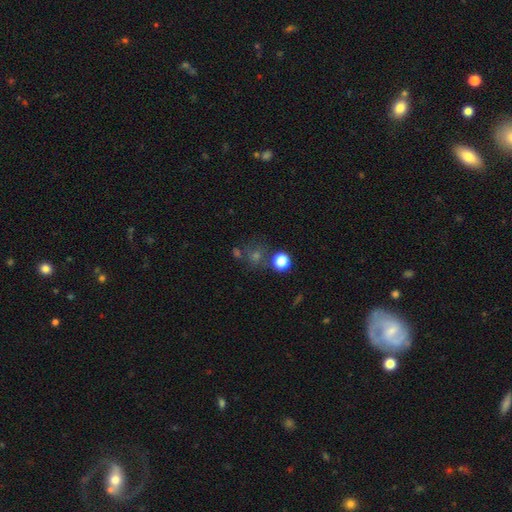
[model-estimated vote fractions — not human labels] Morphology: type=smooth (47%); merging=none (68%).